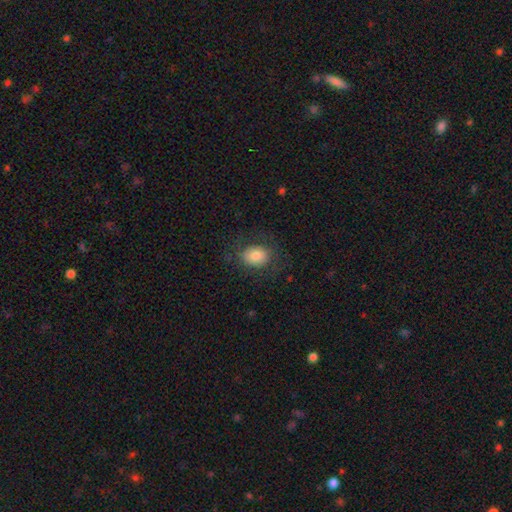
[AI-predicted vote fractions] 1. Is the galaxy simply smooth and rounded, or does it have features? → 78% smooth, 13% featured or disk, 9% star or artifact.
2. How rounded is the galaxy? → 58% in between, 41% round, 1% cigar-shaped.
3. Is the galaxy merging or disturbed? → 74% none, 15% minor disturbance, 10% major disturbance, 1% merger.